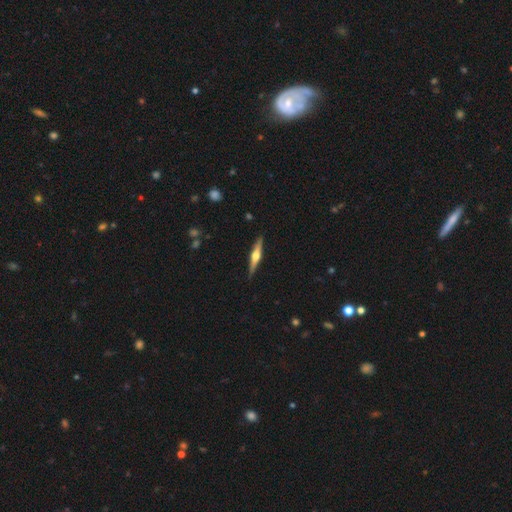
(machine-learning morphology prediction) featured or disk 74%, smooth 21%, star or artifact 5%. Down the decision tree: edge-on disk — yes (98%); edge-on bulge — rounded (94%); merging — none (90%).